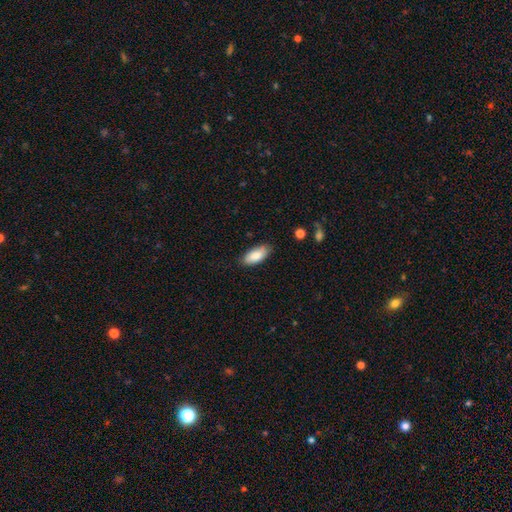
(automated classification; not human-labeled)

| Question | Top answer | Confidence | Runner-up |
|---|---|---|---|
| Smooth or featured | smooth | 84% | featured or disk (10%) |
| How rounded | in between | 87% | cigar-shaped (12%) |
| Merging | none | 83% | minor disturbance (14%) |